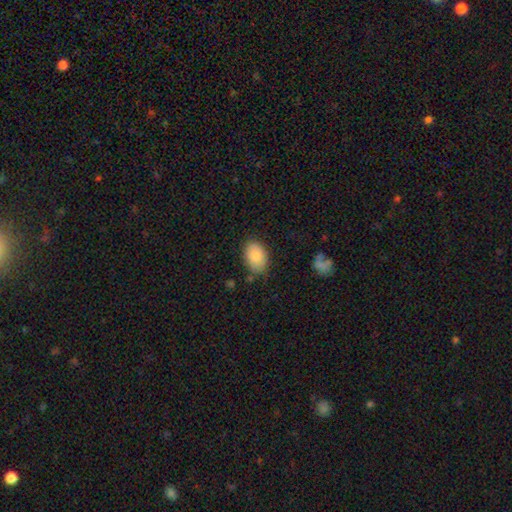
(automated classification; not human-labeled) smooth_or_featured: smooth (p=0.86) [alt: featured or disk p=0.08]
how_rounded: in between (p=0.88) [alt: round p=0.11]
merging: none (p=0.78) [alt: minor disturbance p=0.16]